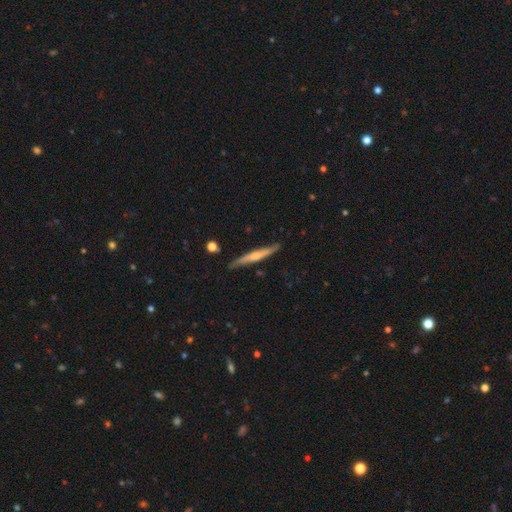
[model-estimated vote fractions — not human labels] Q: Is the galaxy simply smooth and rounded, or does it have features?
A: featured or disk — 58%.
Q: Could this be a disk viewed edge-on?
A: yes — 95%.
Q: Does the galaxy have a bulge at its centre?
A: rounded — 64%.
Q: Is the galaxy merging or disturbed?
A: none — 84%.